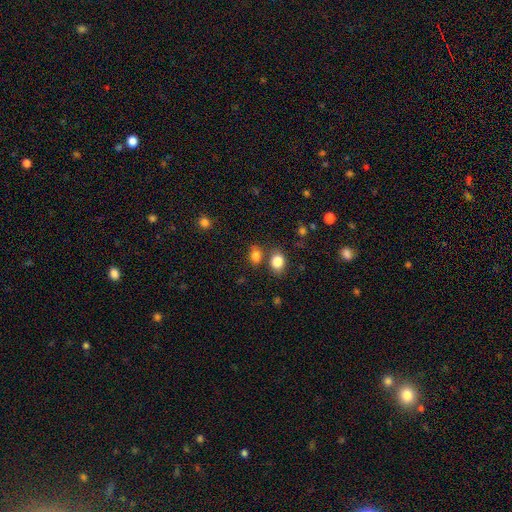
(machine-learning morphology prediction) Q: Smooth or featured?
A: smooth (83%); runner-up: star or artifact (12%)
Q: How rounded?
A: in between (57%); runner-up: round (42%)
Q: Merging?
A: none (63%); runner-up: merger (21%)